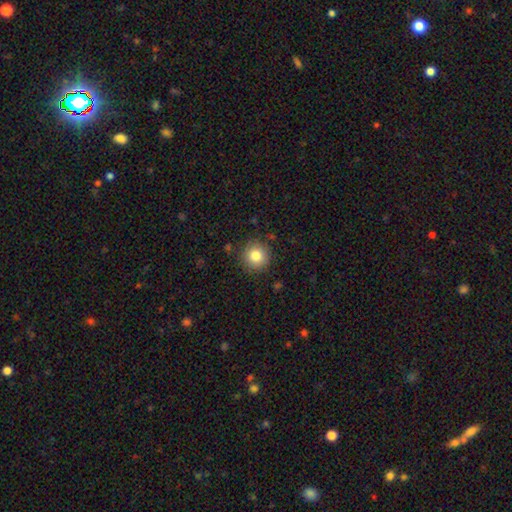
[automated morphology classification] type=smooth (82%); roundness=round (94%); merging=none (88%).